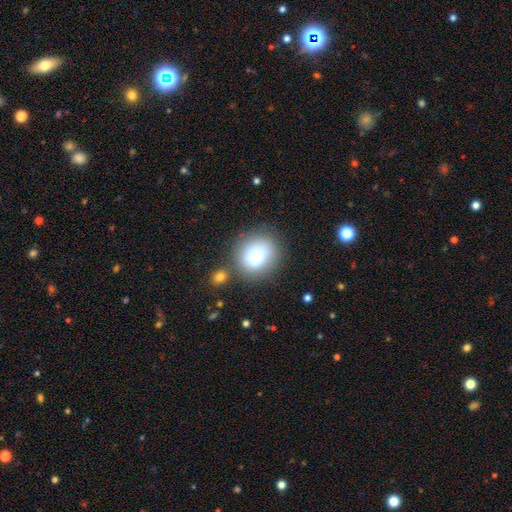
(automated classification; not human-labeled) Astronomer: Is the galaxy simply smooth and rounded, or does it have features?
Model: smooth — 73%.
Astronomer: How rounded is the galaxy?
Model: round — 79%.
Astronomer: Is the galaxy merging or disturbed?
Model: none — 72%.